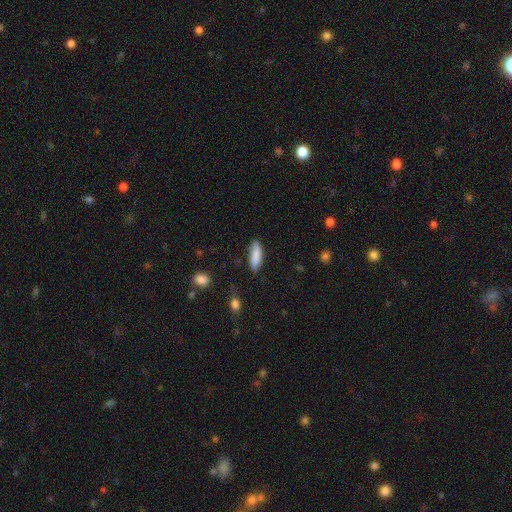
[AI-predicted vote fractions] Smooth or featured: smooth — 87% (featured or disk — 7%)
How rounded: in between — 51% (cigar-shaped — 47%)
Merging: none — 83% (minor disturbance — 13%)